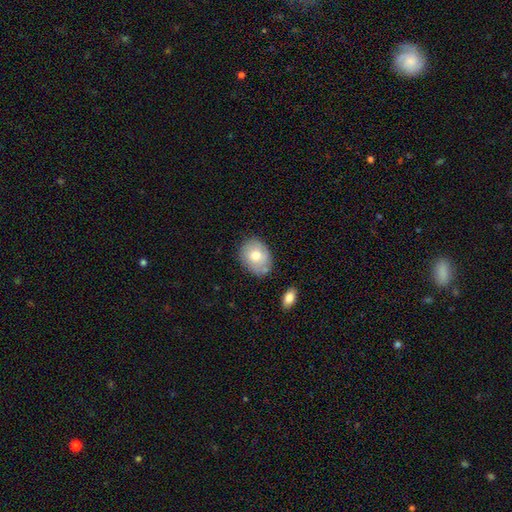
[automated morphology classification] The model was most divided on "how rounded": in between: 58%, round: 41%, cigar-shaped: 1%. More confident: merging — none (72%); smooth or featured — smooth (69%).